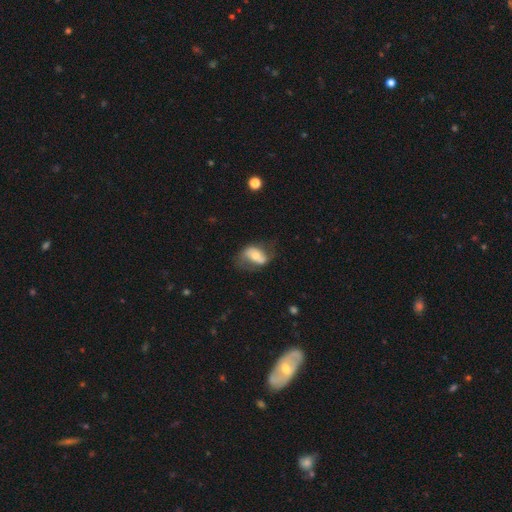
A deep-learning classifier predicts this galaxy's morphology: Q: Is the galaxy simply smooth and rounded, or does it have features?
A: featured or disk — 53%.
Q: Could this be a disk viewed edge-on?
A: no — 94%.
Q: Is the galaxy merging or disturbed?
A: none — 51%.